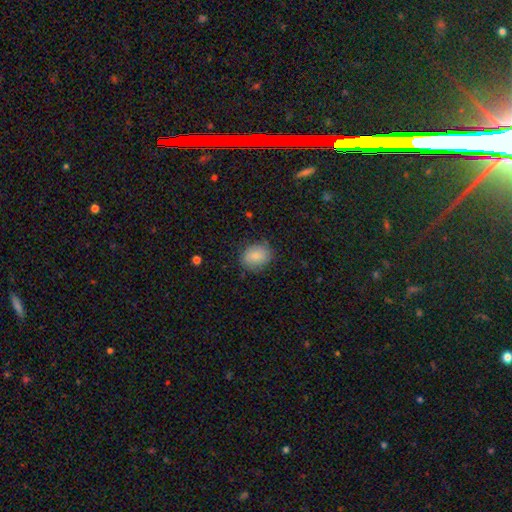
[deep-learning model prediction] smooth_or_featured: smooth (p=0.86) [alt: star or artifact p=0.08]
how_rounded: in between (p=0.58) [alt: round p=0.42]
merging: none (p=0.81) [alt: minor disturbance p=0.14]